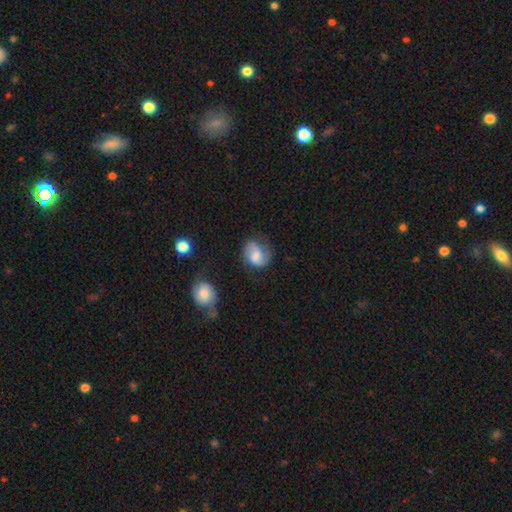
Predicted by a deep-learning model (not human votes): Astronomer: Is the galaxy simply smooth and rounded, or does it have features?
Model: featured or disk — 52% (runner-up: smooth, 39%).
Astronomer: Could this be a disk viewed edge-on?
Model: no — 97%.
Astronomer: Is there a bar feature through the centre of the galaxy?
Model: no — 45% (runner-up: weak, 43%).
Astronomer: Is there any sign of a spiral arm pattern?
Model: yes — 85%.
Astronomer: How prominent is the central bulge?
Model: moderate — 39% (runner-up: small, 25%).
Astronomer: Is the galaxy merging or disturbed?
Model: none — 53%.